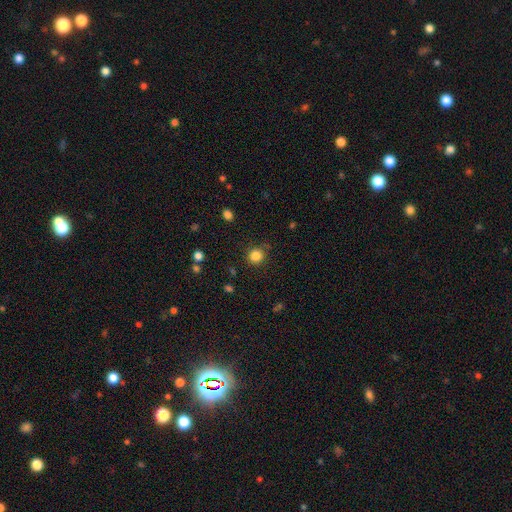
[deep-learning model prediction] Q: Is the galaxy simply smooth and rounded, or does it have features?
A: smooth — 84%.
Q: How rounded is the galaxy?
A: round — 89%.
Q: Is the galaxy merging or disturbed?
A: none — 84%.